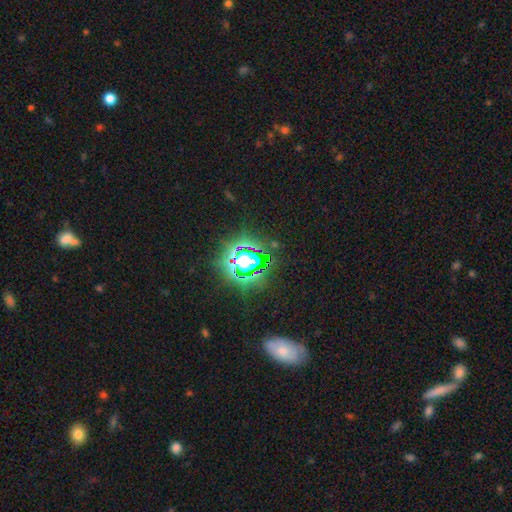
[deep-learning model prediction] smooth-or-featured: star or artifact: 78% | smooth: 15% | featured or disk: 7%